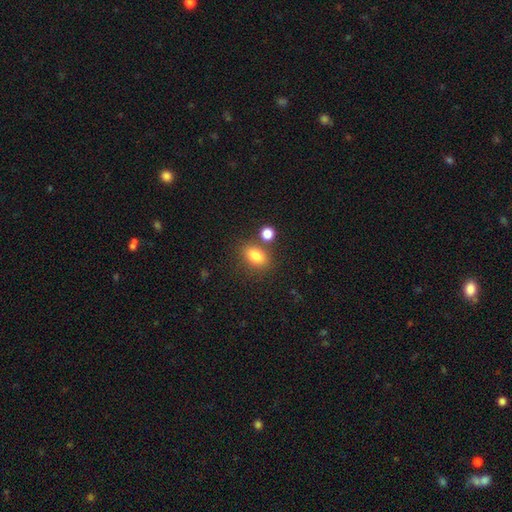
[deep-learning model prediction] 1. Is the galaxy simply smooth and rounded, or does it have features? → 82% smooth, 10% star or artifact, 7% featured or disk.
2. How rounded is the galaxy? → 77% in between, 21% round, 2% cigar-shaped.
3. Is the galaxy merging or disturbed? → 70% none, 14% merger, 12% minor disturbance, 4% major disturbance.